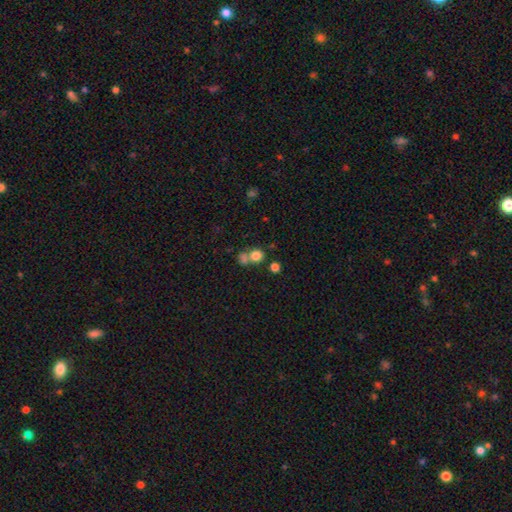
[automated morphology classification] smooth 78%, star or artifact 13%, featured or disk 9%. Down the decision tree: how rounded — round (79%); merging — none (46%).